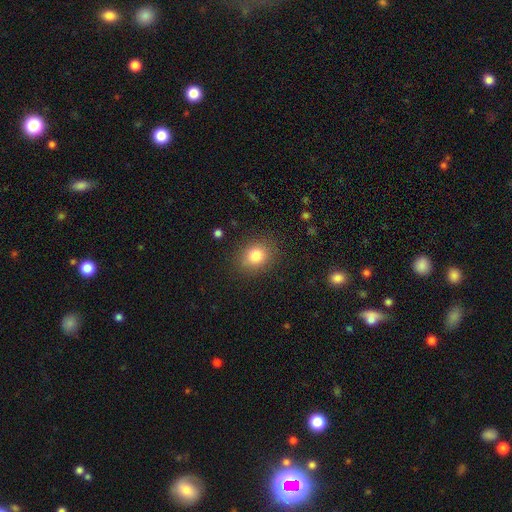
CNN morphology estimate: Smooth or featured? smooth (81%)
How rounded? round (57%)
Merging? none (84%)